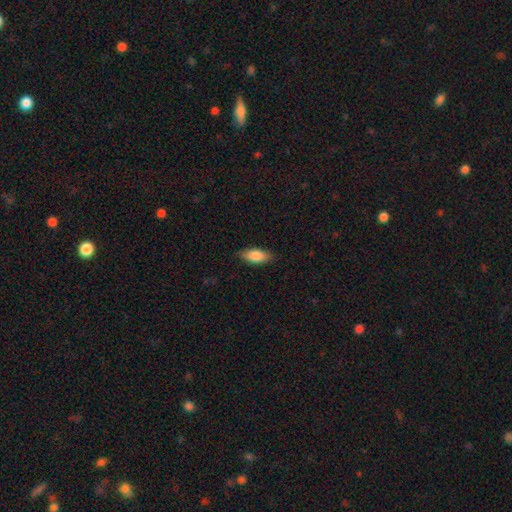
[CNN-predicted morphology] Smooth or featured? Predicted: smooth (p=0.84). How rounded? Predicted: in between (p=0.85). Merging? Predicted: none (p=0.84).